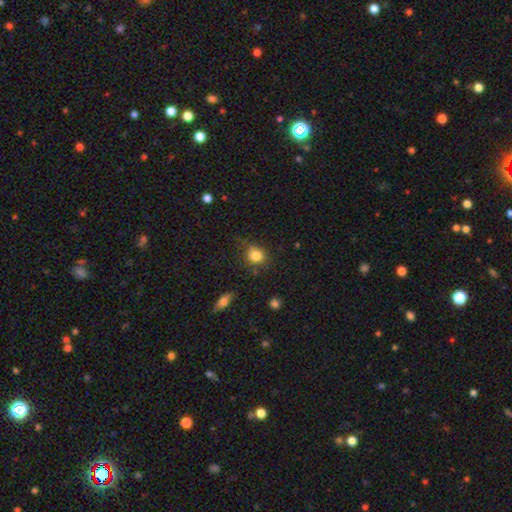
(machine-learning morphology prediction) This appears to be a smooth galaxy with no disk features (83%) that is round (67%). Merging: none (71%).